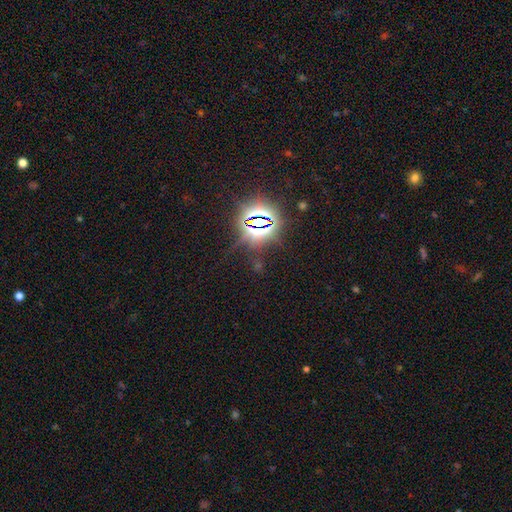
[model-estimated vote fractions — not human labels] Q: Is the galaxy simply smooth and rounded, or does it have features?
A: star or artifact — 81%.